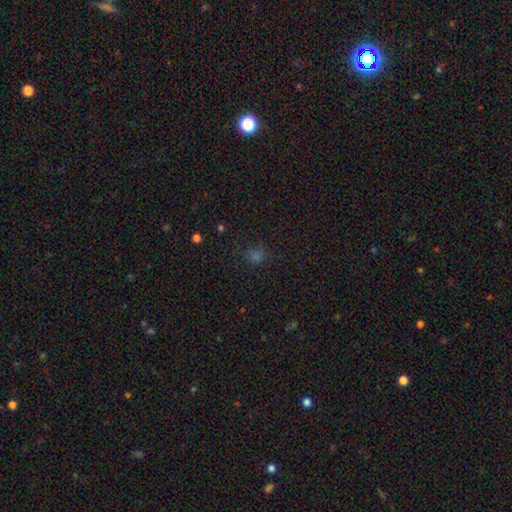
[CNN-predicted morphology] Q: Smooth or featured?
A: smooth (61%); runner-up: star or artifact (34%)
Q: How rounded?
A: round (82%); runner-up: in between (16%)
Q: Merging?
A: none (80%); runner-up: minor disturbance (13%)